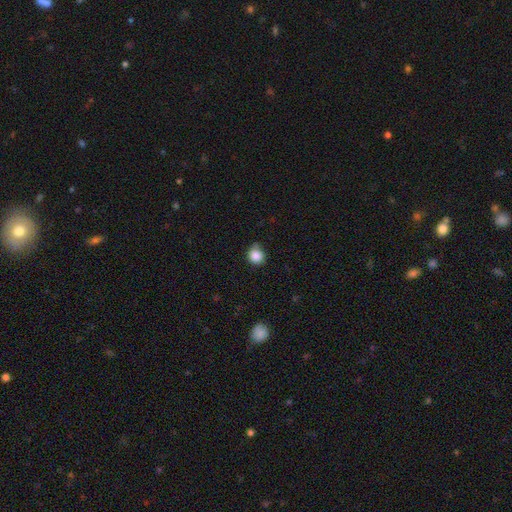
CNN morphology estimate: Smooth or featured? smooth (86%)
How rounded? round (87%)
Merging? none (64%)